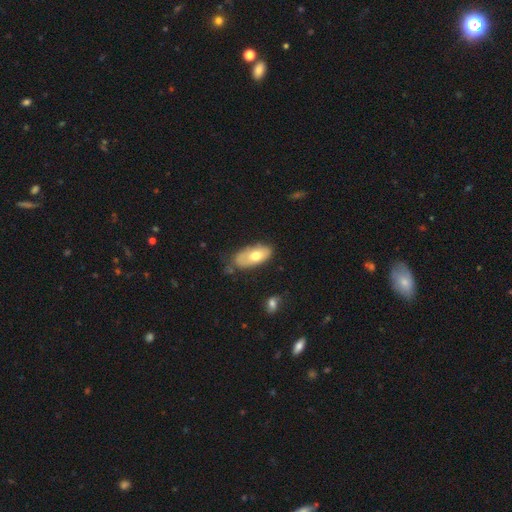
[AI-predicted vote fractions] Smooth or featured: smooth — 64% (featured or disk — 30%)
How rounded: in between — 91% (cigar-shaped — 6%)
Merging: none — 60% (minor disturbance — 28%)